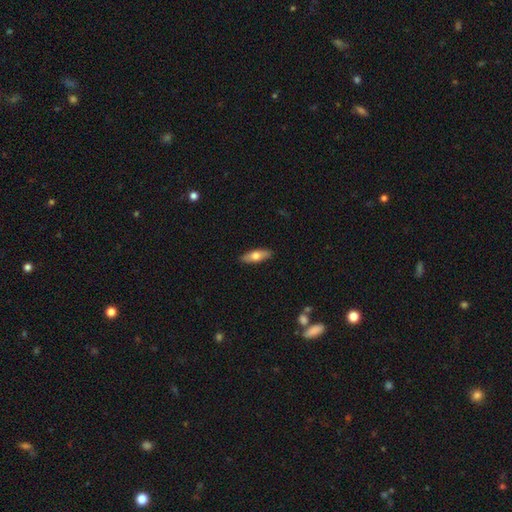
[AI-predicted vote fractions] smooth-or-featured: smooth: 61% | featured or disk: 33% | star or artifact: 6%
  how-rounded: in between: 52% | cigar-shaped: 45% | round: 3%
  merging: none: 89% | minor disturbance: 8% | major disturbance: 2% | merger: 1%